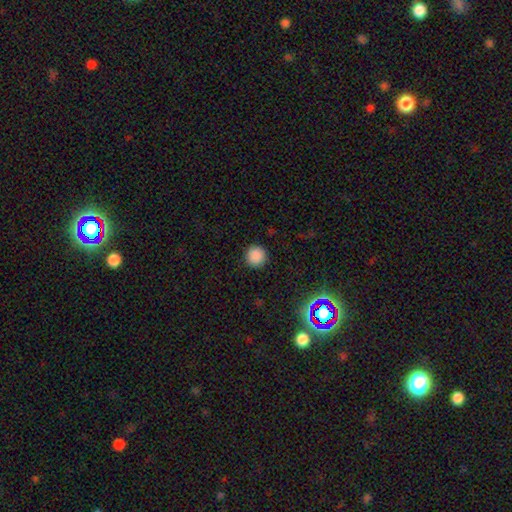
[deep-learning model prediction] smooth_or_featured: smooth (p=0.86) [alt: star or artifact p=0.11]
how_rounded: round (p=0.95) [alt: in between p=0.04]
merging: none (p=0.92) [alt: minor disturbance p=0.05]